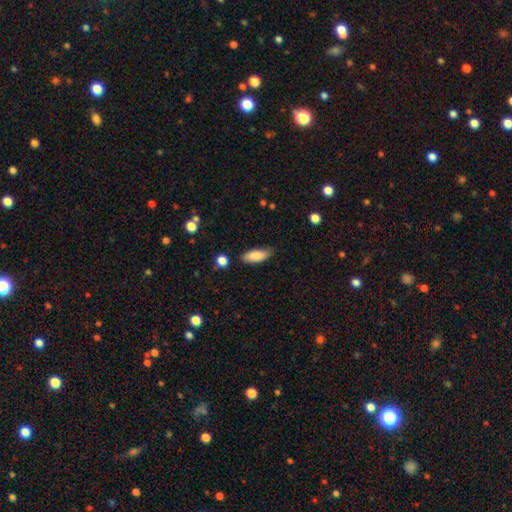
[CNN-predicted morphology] Q: Smooth or featured?
A: smooth (86%); runner-up: featured or disk (8%)
Q: How rounded?
A: in between (75%); runner-up: cigar-shaped (23%)
Q: Merging?
A: none (79%); runner-up: minor disturbance (16%)